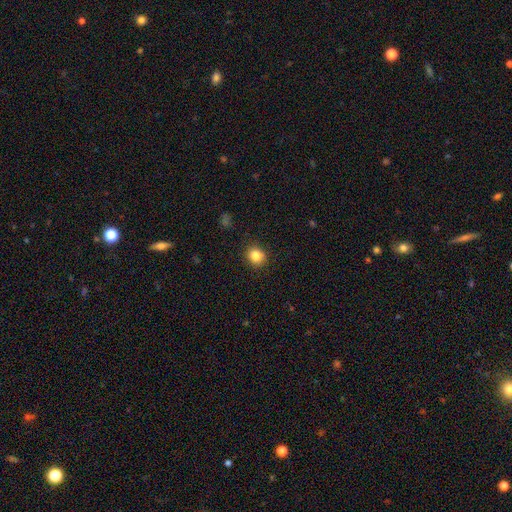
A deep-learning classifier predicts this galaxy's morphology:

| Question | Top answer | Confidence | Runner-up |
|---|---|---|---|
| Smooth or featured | smooth | 84% | star or artifact (11%) |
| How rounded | round | 82% | in between (17%) |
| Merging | none | 89% | minor disturbance (8%) |